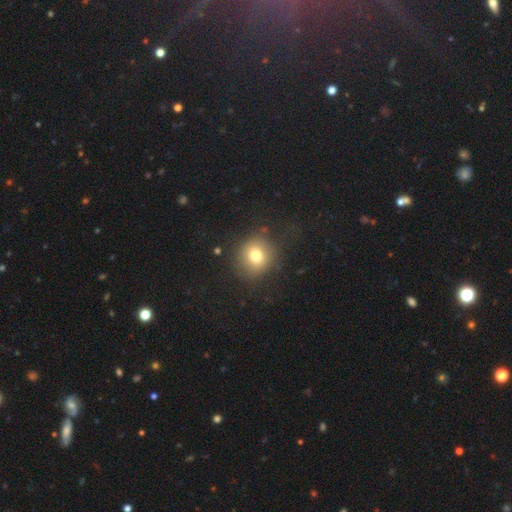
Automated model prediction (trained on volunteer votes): Q: Smooth or featured?
A: smooth (74%); runner-up: star or artifact (14%)
Q: How rounded?
A: round (85%); runner-up: in between (14%)
Q: Merging?
A: none (78%); runner-up: minor disturbance (13%)